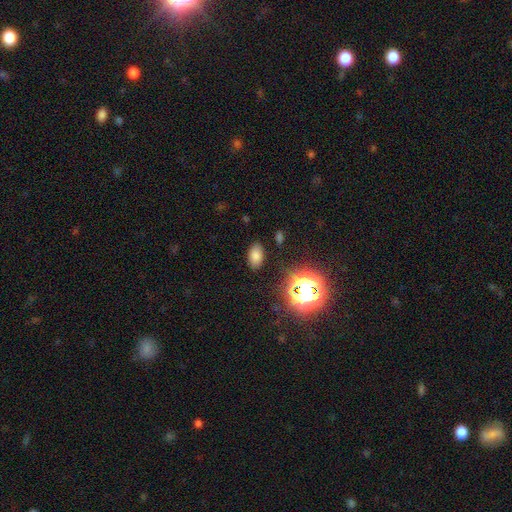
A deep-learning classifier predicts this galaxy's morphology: Smooth or featured? Predicted: smooth (p=0.72). How rounded? Predicted: in between (p=0.90). Merging? Predicted: none (p=0.85).